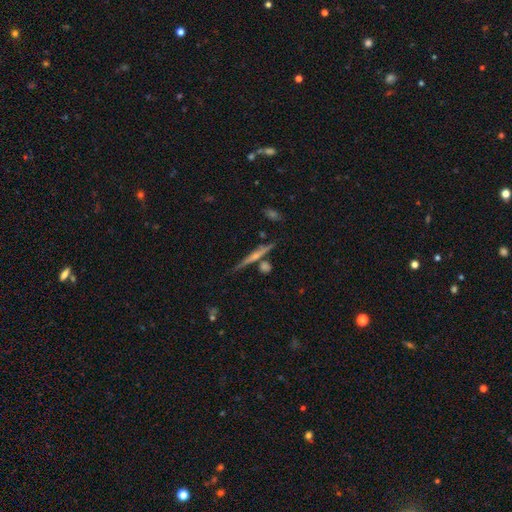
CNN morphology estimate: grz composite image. It shows a featured or disk galaxy (59%) viewed edge-on (96%) with a rounded central bulge (56%). Merging: none (75%).